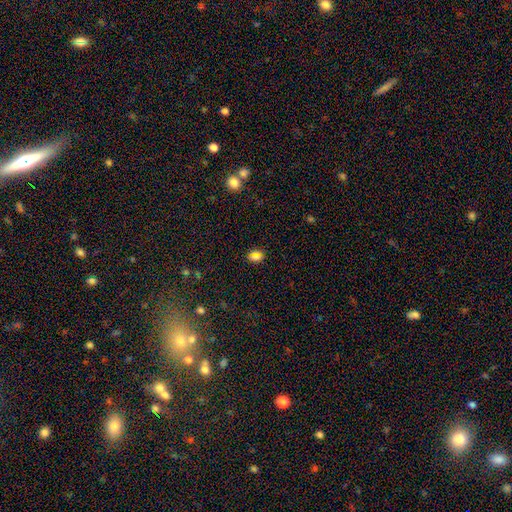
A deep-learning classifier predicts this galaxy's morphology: smooth-or-featured: smooth: 61% | star or artifact: 31% | featured or disk: 8%
  how-rounded: in between: 56% | round: 40% | cigar-shaped: 4%
  merging: none: 87% | minor disturbance: 8% | major disturbance: 3% | merger: 2%